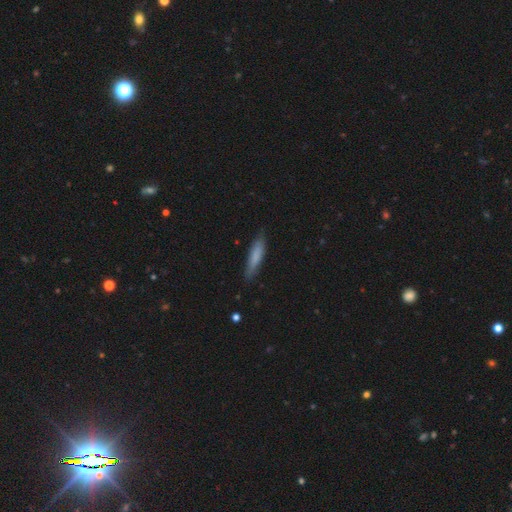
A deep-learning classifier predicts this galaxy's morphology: Smooth or featured? Predicted: smooth (p=0.77). How rounded? Predicted: cigar-shaped (p=0.81). Merging? Predicted: none (p=0.81).